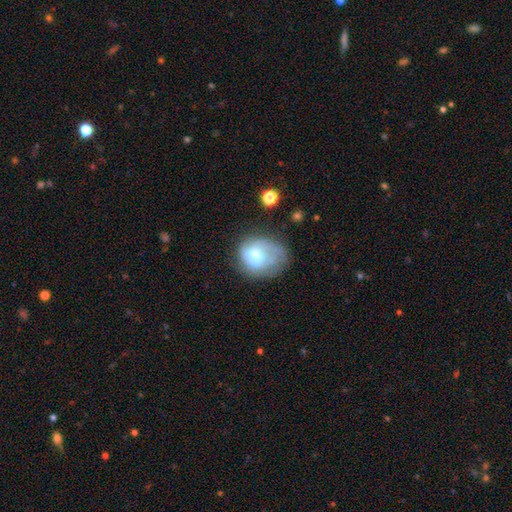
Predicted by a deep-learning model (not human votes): Smooth or featured? smooth (53%)
How rounded? round (54%)
Merging? none (36%)